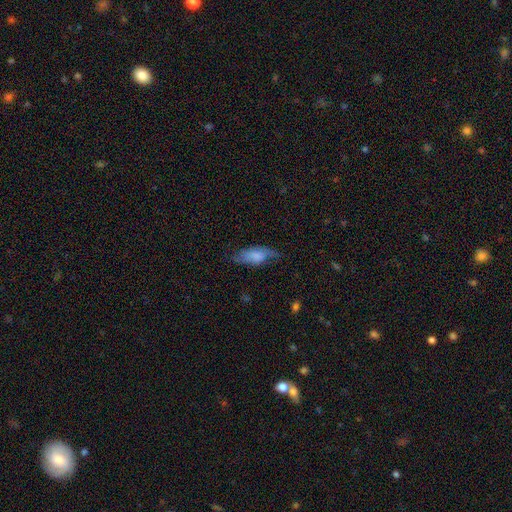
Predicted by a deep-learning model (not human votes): Smooth or featured? smooth (70%)
How rounded? in between (73%)
Merging? none (58%)